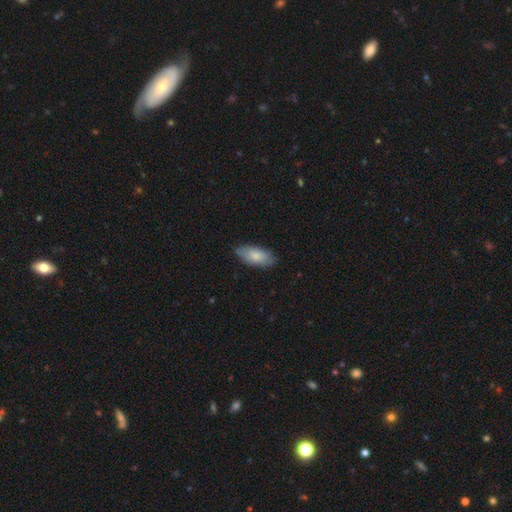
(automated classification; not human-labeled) This is clearly a smooth galaxy (81%). How rounded: clearly in between (87%). Merging: likely none (79%).